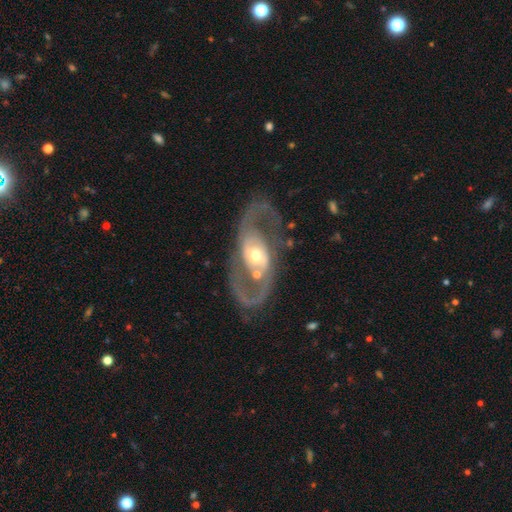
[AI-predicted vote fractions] Q: Smooth or featured?
A: featured or disk (85%); runner-up: smooth (10%)
Q: Edge-on disk?
A: no (94%); runner-up: yes (6%)
Q: Bar?
A: no (52%); runner-up: weak (30%)
Q: Spiral arms?
A: yes (79%); runner-up: no (21%)
Q: Spiral winding?
A: medium (47%); runner-up: loose (36%)
Q: Spiral arm count?
A: 2 (86%); runner-up: can't tell (6%)
Q: Bulge size?
A: moderate (68%); runner-up: small (21%)
Q: Merging?
A: none (68%); runner-up: major disturbance (14%)